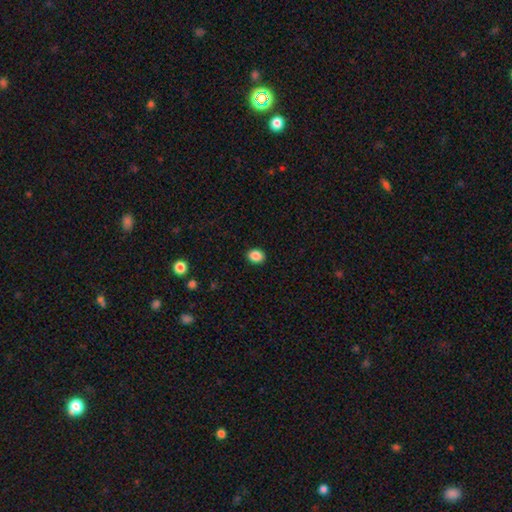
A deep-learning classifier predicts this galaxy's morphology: The model was most divided on "how rounded": round: 55%, in between: 44%, cigar-shaped: 1%. More confident: merging — none (91%); smooth or featured — smooth (87%).